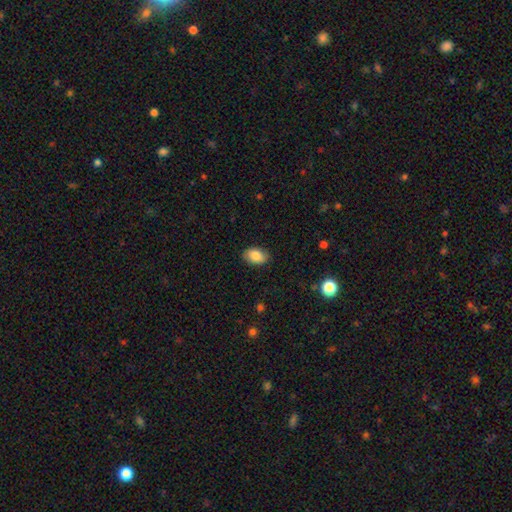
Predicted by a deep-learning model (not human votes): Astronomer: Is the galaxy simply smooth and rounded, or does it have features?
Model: smooth — 85%.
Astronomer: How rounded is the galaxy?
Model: in between — 89%.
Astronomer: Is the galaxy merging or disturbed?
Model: none — 87%.